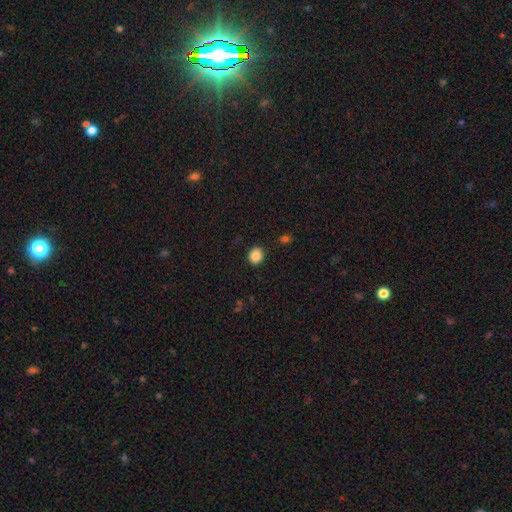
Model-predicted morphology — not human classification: This appears to be a smooth galaxy with no disk features (87%) that is round (69%). Merging: none (88%).